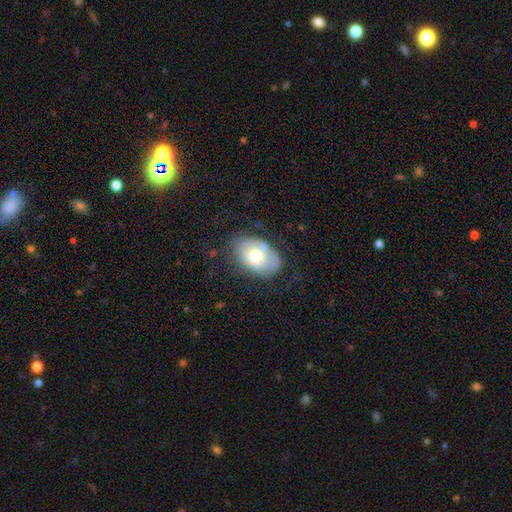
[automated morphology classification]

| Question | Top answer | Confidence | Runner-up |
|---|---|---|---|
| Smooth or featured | smooth | 62% | featured or disk (30%) |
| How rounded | in between | 82% | round (17%) |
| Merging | none | 62% | minor disturbance (26%) |